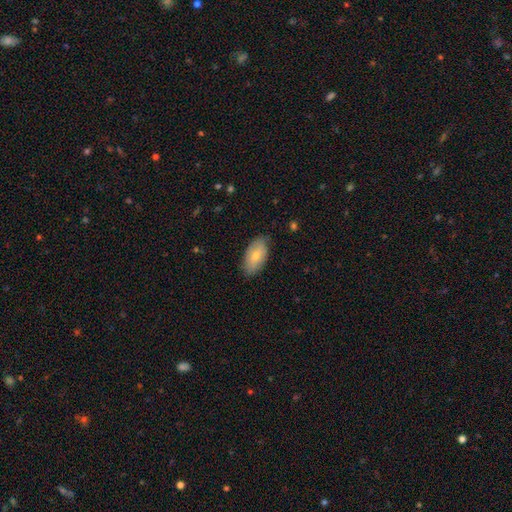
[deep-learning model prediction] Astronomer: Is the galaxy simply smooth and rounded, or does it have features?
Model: smooth — 72%.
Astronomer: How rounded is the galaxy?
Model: in between — 94%.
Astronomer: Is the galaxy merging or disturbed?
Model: none — 79%.